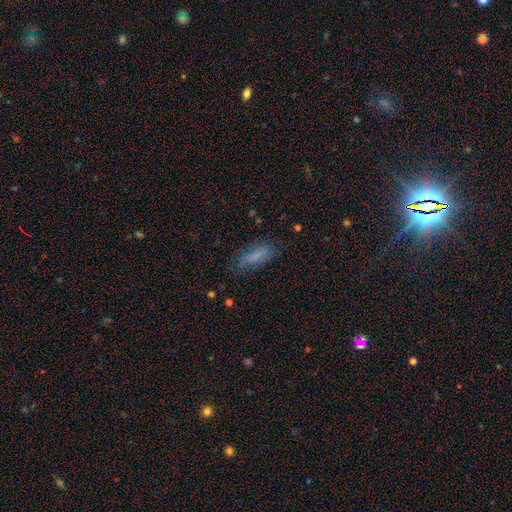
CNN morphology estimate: Smooth or featured? smooth (72%)
How rounded? cigar-shaped (53%)
Merging? none (66%)